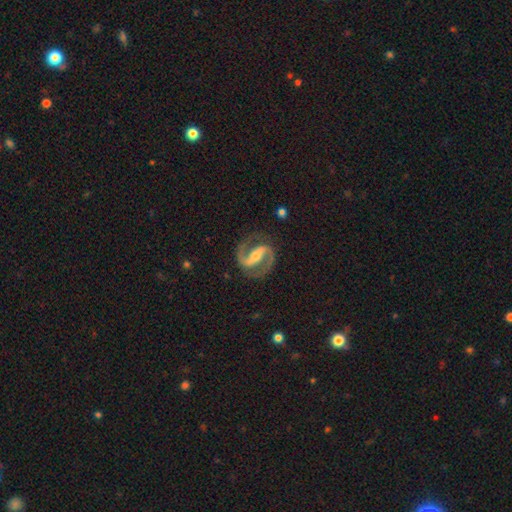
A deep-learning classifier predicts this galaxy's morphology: featured or disk 94%, star or artifact 4%, smooth 3%. Down the decision tree: edge-on disk — no (98%); bar — strong (67%); spiral arms — yes (98%); spiral arm count — 2 (95%); spiral winding — medium (63%); bulge size — moderate (49%); merging — none (86%).